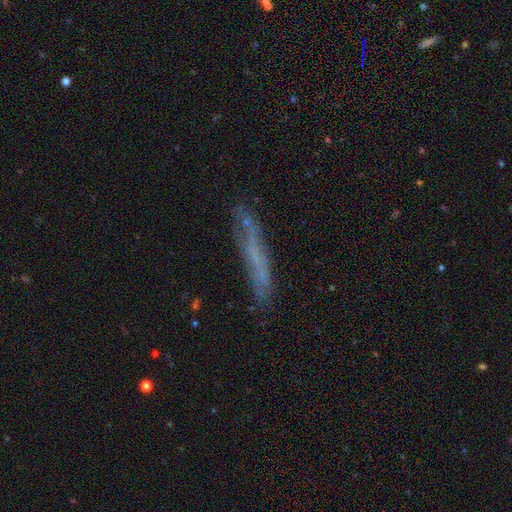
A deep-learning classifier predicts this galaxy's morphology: Smooth or featured? Predicted: smooth (p=0.45). Merging? Predicted: none (p=0.69).